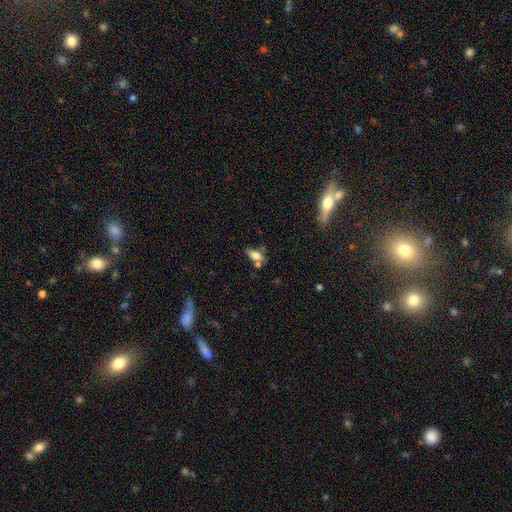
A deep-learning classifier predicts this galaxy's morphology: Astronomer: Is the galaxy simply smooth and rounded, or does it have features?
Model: smooth — 67%.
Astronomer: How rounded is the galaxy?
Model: in between — 79%.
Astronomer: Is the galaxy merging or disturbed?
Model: none — 51%.